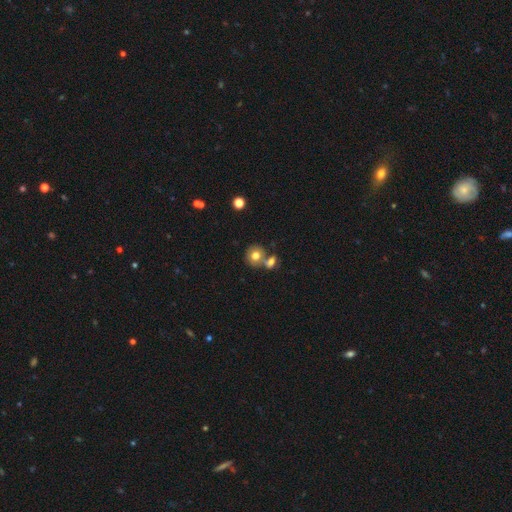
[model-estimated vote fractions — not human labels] Morphology: type=smooth (76%); roundness=round (79%); merging=none (48%).